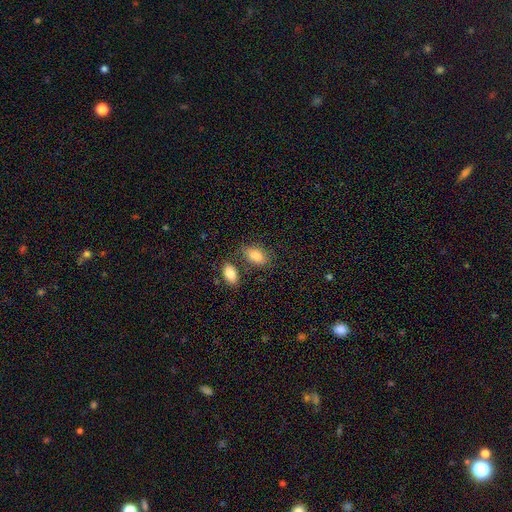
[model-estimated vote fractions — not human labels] Morphology: type=smooth (84%); roundness=in between (90%); merging=none (67%).